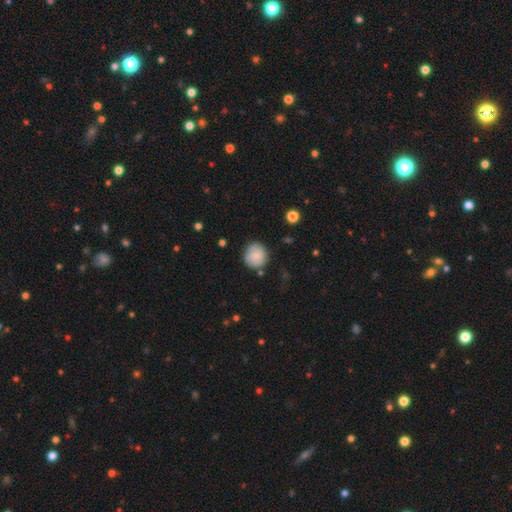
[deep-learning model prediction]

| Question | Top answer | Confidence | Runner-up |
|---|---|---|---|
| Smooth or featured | smooth | 77% | featured or disk (16%) |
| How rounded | round | 90% | in between (9%) |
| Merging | none | 75% | minor disturbance (18%) |